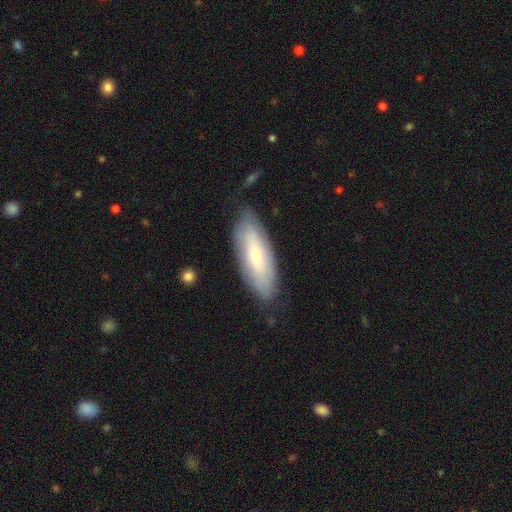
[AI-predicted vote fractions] A smooth galaxy with no disk features (59%) that is in between round and cigar-shaped (64%). Merging: none (78%).